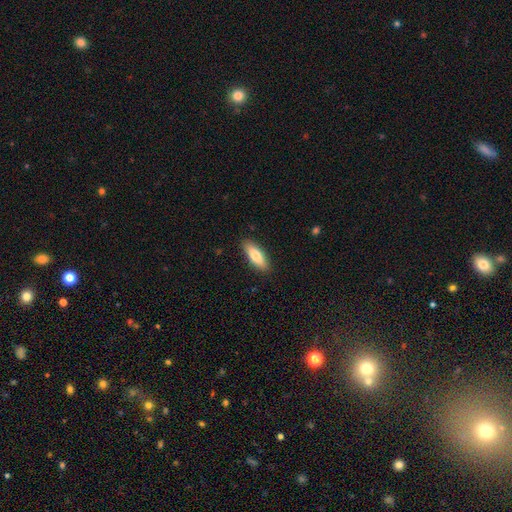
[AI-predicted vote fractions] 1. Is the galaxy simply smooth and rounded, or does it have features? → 78% smooth, 16% featured or disk, 6% star or artifact.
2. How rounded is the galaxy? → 57% in between, 41% cigar-shaped, 2% round.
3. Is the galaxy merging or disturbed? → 88% none, 9% minor disturbance, 2% major disturbance, 1% merger.